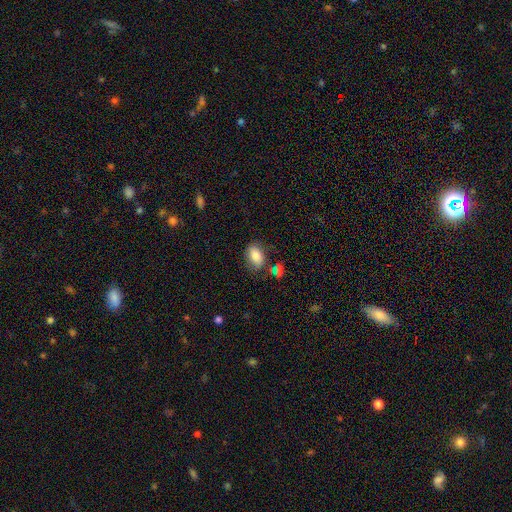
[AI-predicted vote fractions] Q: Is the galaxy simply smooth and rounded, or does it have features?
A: smooth — 83%.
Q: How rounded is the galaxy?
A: in between — 87%.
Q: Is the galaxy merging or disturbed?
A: none — 71%.